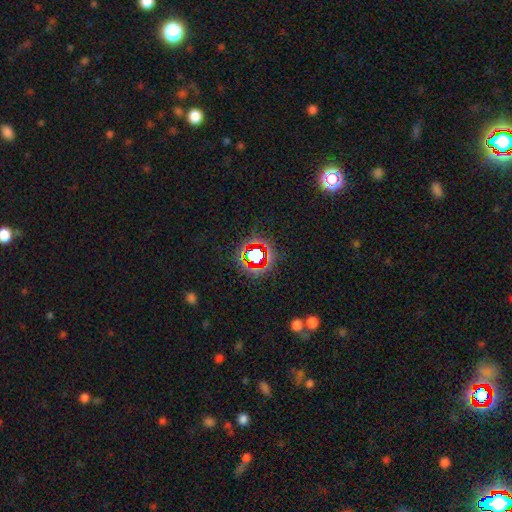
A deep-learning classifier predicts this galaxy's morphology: Overall: star or artifact (67%).